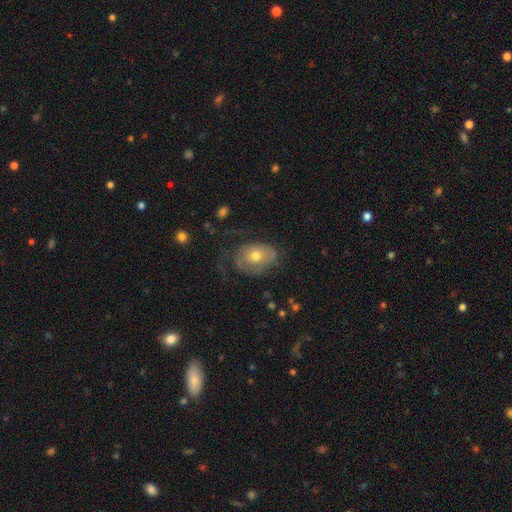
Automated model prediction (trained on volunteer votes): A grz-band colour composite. It shows a featured or disk galaxy (50%). Merging: none (43%).